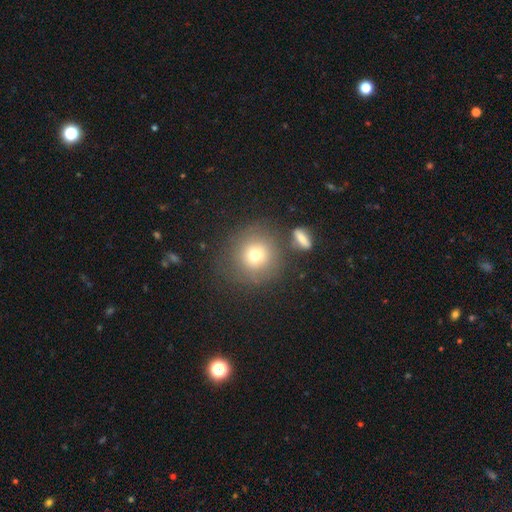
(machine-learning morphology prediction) Smooth or featured: smooth — 72% (star or artifact — 14%)
How rounded: round — 90% (in between — 9%)
Merging: none — 77% (minor disturbance — 11%)